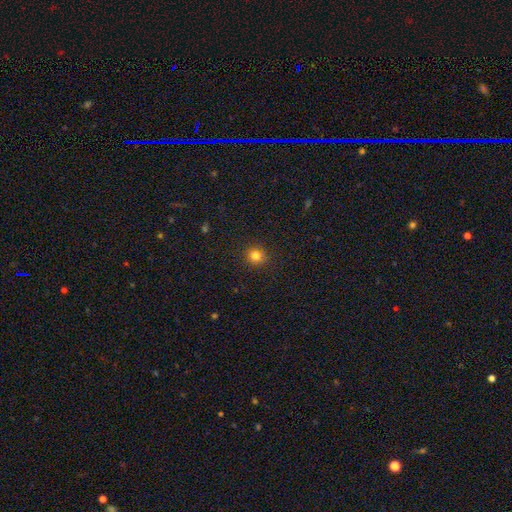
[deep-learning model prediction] Overall: smooth (81%). How rounded: round (89%). Merging: none (91%).